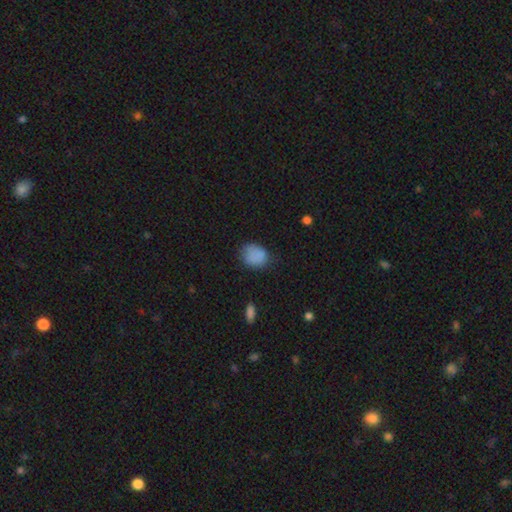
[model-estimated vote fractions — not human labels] smooth_or_featured: smooth (p=0.84) [alt: star or artifact p=0.09]
how_rounded: in between (p=0.53) [alt: round p=0.46]
merging: none (p=0.67) [alt: minor disturbance p=0.25]